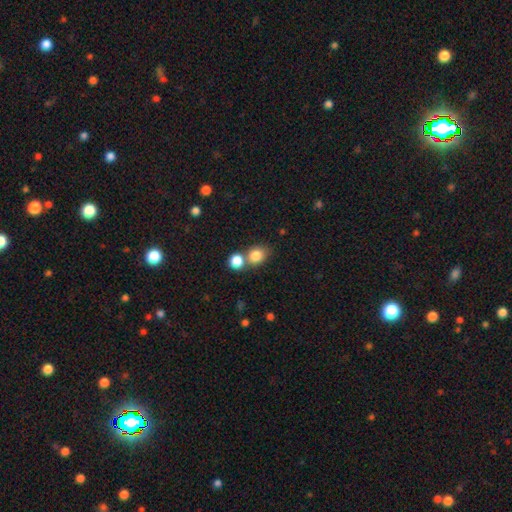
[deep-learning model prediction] This appears to be a smooth galaxy with no disk features (82%) that is round (63%). Merging: none (53%).